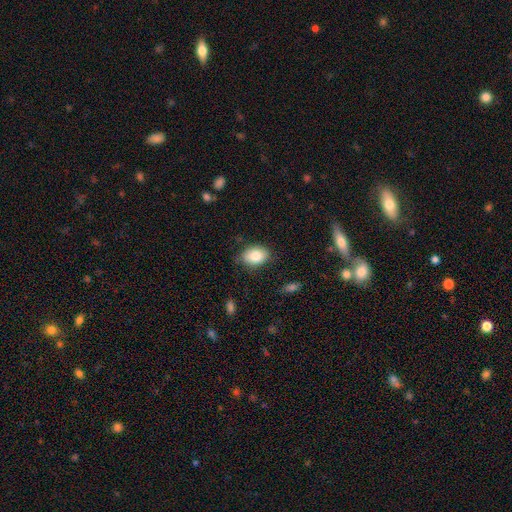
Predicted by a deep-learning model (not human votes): Smooth or featured?
  - smooth: 83% *
  - featured or disk: 10%
  - star or artifact: 8%
How rounded?
  - in between: 78% *
  - round: 21%
  - cigar-shaped: 1%
Merging?
  - none: 79% *
  - minor disturbance: 16%
  - major disturbance: 3%
  - merger: 1%